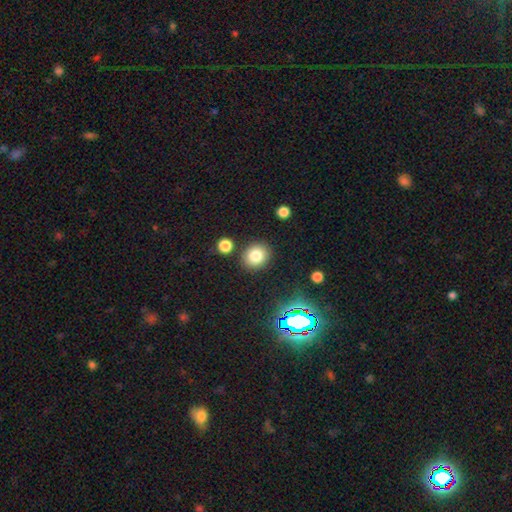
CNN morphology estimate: Smooth or featured: smooth — 79% (star or artifact — 13%)
How rounded: round — 74% (in between — 25%)
Merging: none — 86% (minor disturbance — 8%)